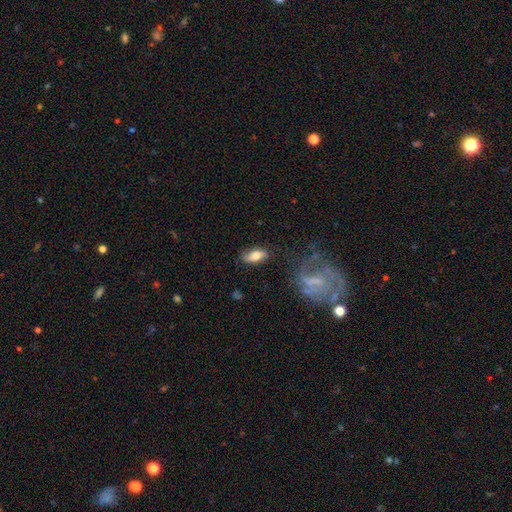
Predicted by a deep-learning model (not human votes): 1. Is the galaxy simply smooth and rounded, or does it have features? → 71% smooth, 22% featured or disk, 8% star or artifact.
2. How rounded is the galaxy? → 84% in between, 11% cigar-shaped, 4% round.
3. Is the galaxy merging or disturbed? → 77% none, 16% minor disturbance, 4% major disturbance, 2% merger.